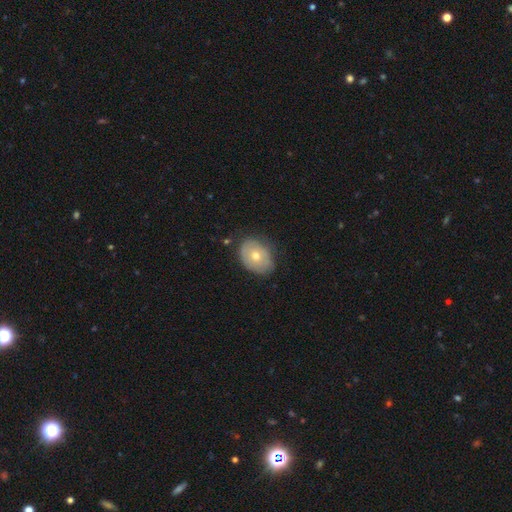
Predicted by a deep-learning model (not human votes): Overall: smooth (60%; featured or disk 33%). How rounded: in between (64%; round 35%). Merging: none (69%).